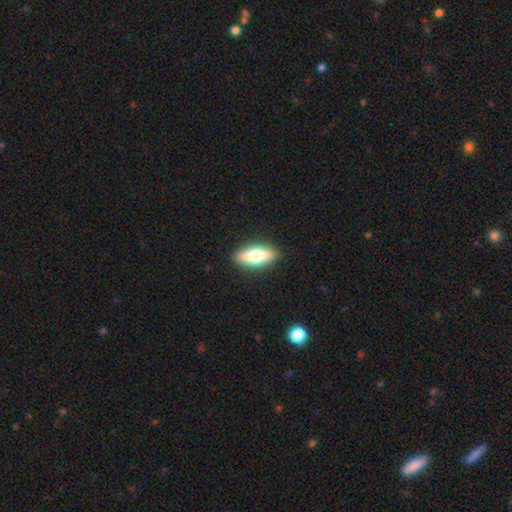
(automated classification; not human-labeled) This appears to be a smooth galaxy with no disk features (58%) that is in between round and cigar-shaped (66%). Merging: none (90%).